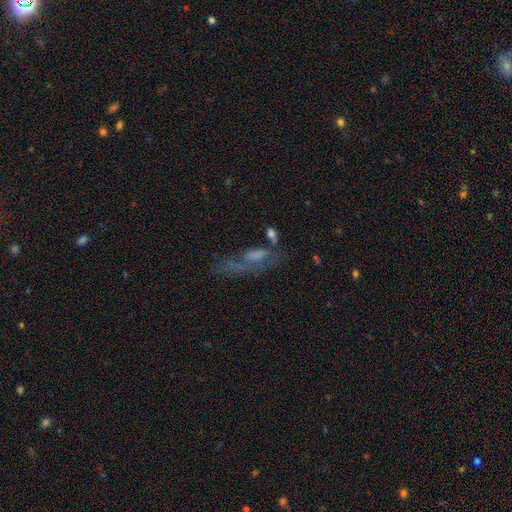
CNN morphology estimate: Overall: featured or disk (42%; smooth 39%). Merging: none (44%; major disturbance 25%).